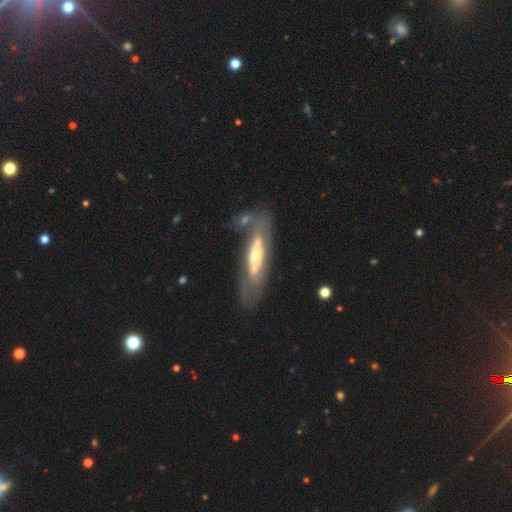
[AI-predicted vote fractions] smooth_or_featured: featured or disk (p=0.67) [alt: smooth p=0.27]
disk_edge_on: no (p=0.61) [alt: yes p=0.39]
merging: none (p=0.58) [alt: minor disturbance p=0.18]